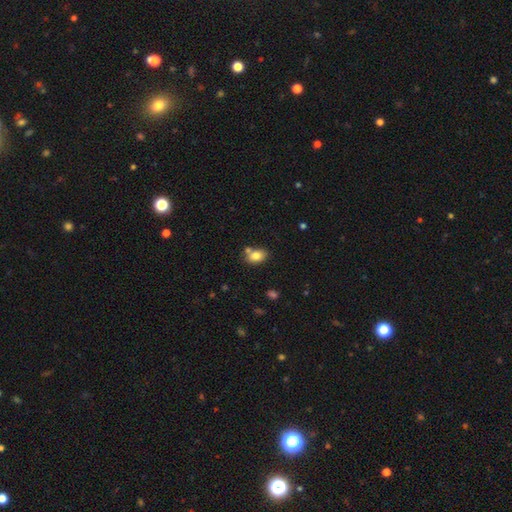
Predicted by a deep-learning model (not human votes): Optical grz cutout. It shows a smooth galaxy with no disk features (80%) that is in between round and cigar-shaped (80%). Merging: none (62%).